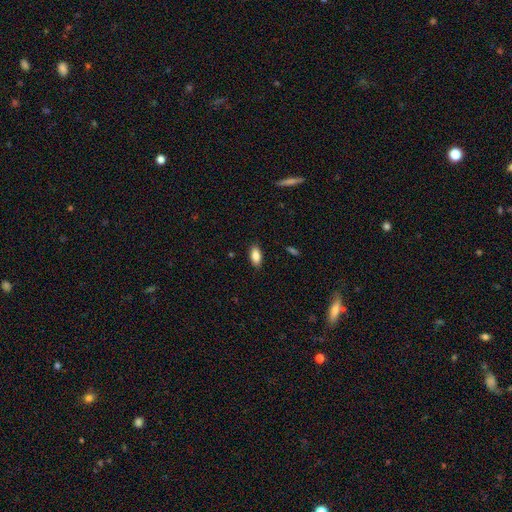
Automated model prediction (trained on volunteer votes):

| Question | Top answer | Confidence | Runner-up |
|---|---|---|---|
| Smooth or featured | smooth | 86% | star or artifact (7%) |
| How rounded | in between | 90% | cigar-shaped (7%) |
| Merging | none | 87% | minor disturbance (10%) |